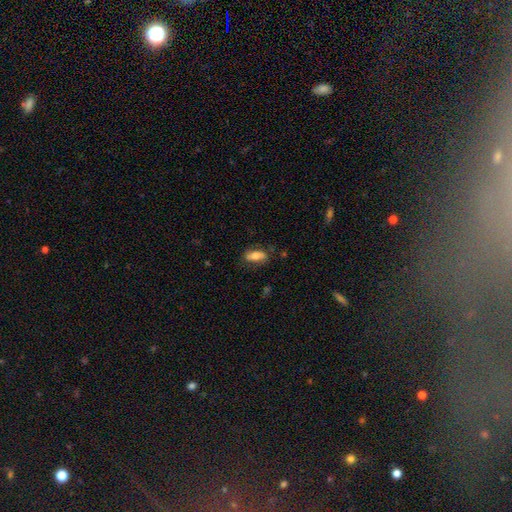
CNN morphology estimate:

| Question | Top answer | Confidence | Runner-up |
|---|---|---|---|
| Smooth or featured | smooth | 66% | featured or disk (27%) |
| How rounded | in between | 83% | cigar-shaped (14%) |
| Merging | none | 76% | minor disturbance (18%) |